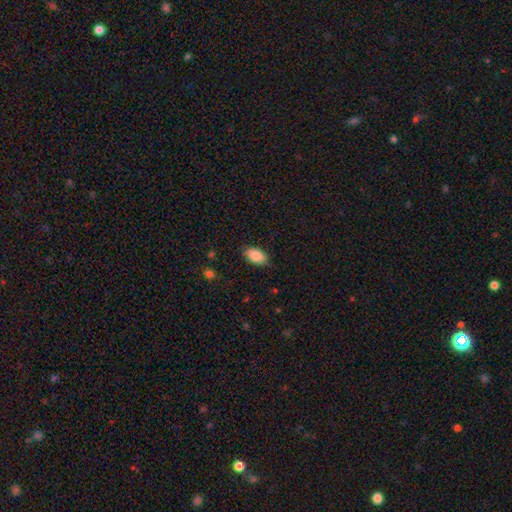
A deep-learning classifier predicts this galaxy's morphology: Smooth or featured: smooth — 87% (star or artifact — 7%)
How rounded: in between — 93% (round — 5%)
Merging: none — 81% (minor disturbance — 15%)